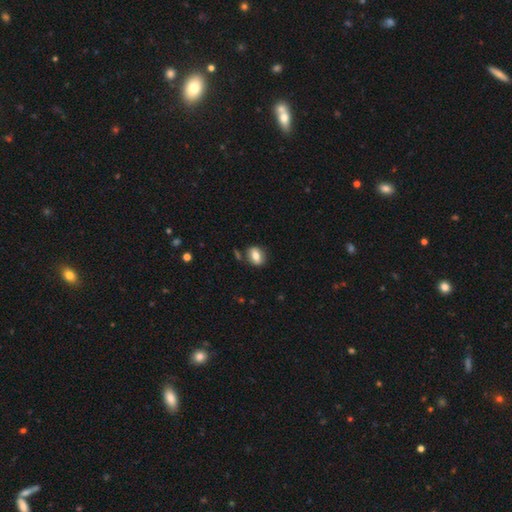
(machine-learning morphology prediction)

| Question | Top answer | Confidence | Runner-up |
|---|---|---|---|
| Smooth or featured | smooth | 70% | featured or disk (21%) |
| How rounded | in between | 63% | round (35%) |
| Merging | none | 78% | minor disturbance (13%) |